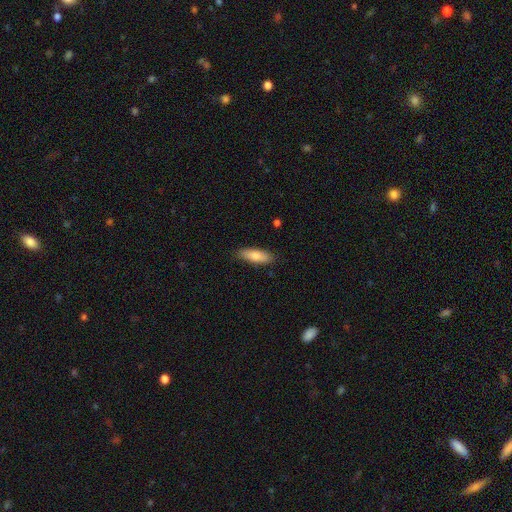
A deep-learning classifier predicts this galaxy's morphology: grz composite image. It shows a smooth galaxy with no disk features (83%) that is in between round and cigar-shaped (61%). Merging: none (85%).